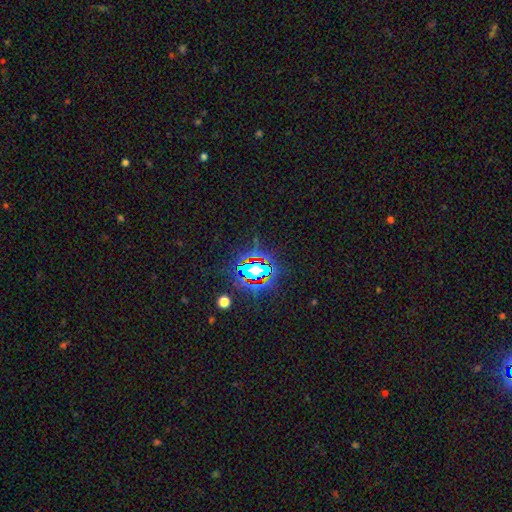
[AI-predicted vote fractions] Overall: star or artifact (81%).